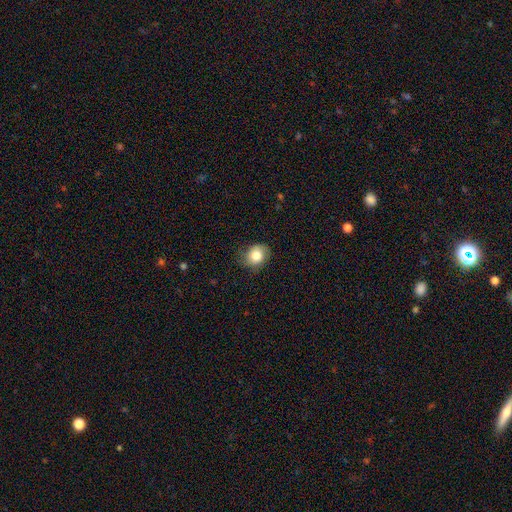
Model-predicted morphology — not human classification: Smooth or featured: smooth — 80% (featured or disk — 11%)
How rounded: round — 56% (in between — 44%)
Merging: none — 75% (minor disturbance — 19%)